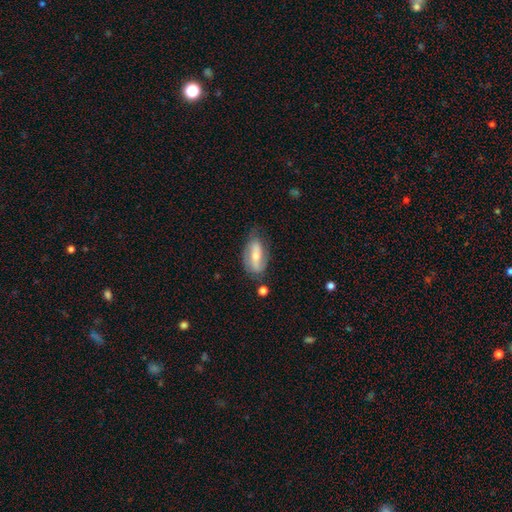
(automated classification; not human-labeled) A featured or disk galaxy (52%).

Vote fractions:
- Smooth or featured? featured or disk: 52% / smooth: 41% / star or artifact: 7%
- Edge-on disk? no: 85% / yes: 15%
- Merging? none: 66% / minor disturbance: 23% / major disturbance: 8% / merger: 3%